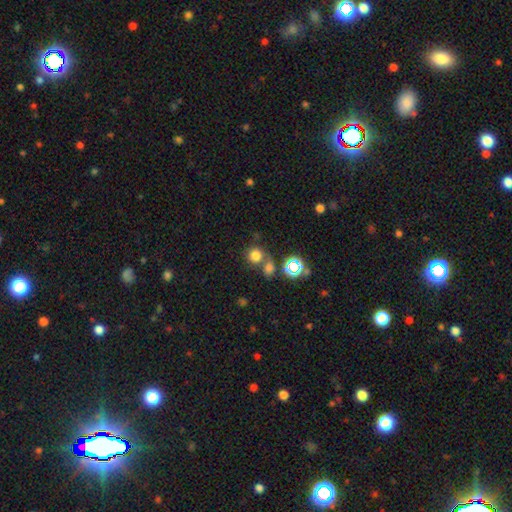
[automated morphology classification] The model was most divided on "merging": none: 55%, merger: 31%, minor disturbance: 9%, major disturbance: 5%. More confident: how rounded — round (87%); smooth or featured — smooth (73%).